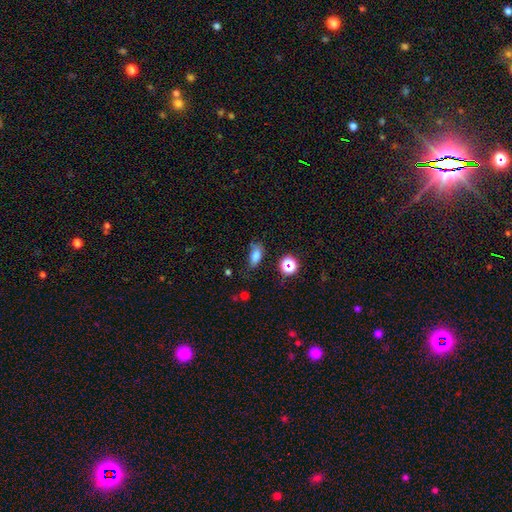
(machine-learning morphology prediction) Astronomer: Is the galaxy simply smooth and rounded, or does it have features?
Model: smooth — 77%.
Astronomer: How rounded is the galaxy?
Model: in between — 82%.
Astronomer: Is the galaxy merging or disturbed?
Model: none — 58%.